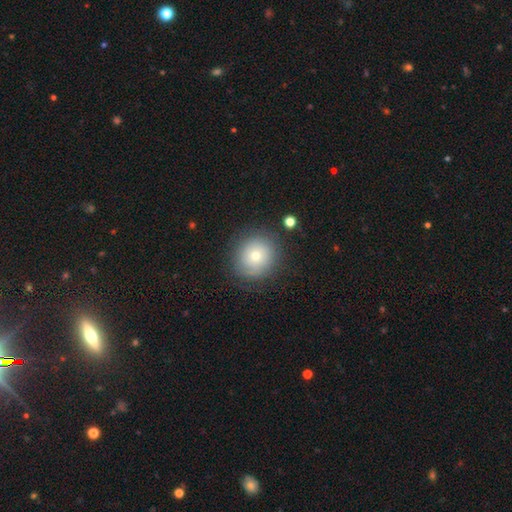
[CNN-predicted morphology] type=smooth (67%); roundness=round (89%); merging=none (81%).